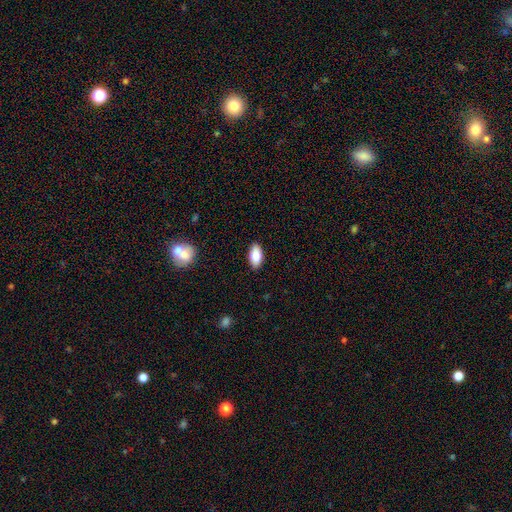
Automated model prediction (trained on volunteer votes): The model was most divided on "smooth or featured": smooth: 84%, featured or disk: 9%, star or artifact: 7%. More confident: how rounded — in between (93%); merging — none (88%).